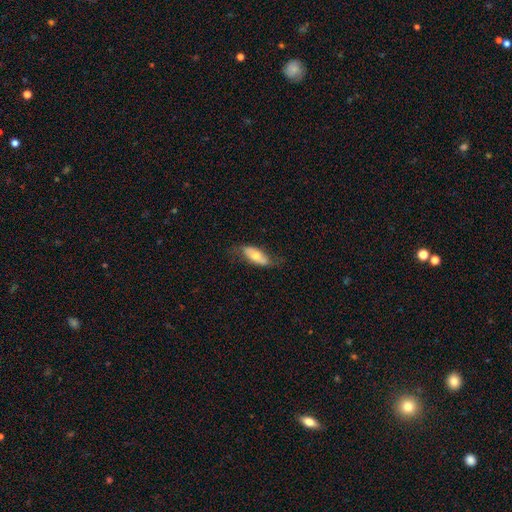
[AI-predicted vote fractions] smooth-or-featured: smooth: 57% | featured or disk: 37% | star or artifact: 6%
  how-rounded: in between: 76% | cigar-shaped: 21% | round: 3%
  merging: none: 66% | minor disturbance: 25% | major disturbance: 8% | merger: 1%